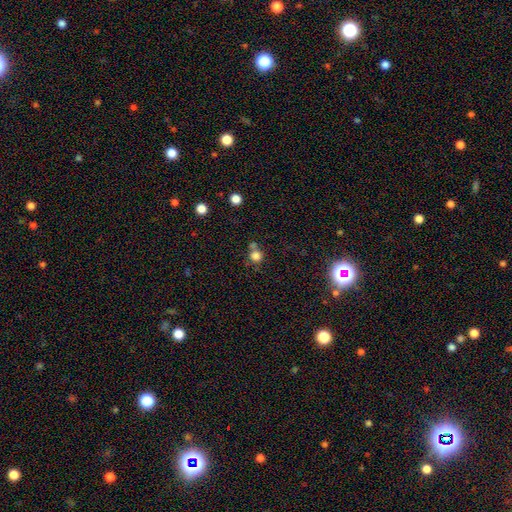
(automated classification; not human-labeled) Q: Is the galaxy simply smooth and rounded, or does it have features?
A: smooth — 79%.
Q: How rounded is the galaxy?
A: round — 89%.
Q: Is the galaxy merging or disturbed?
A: none — 56%.